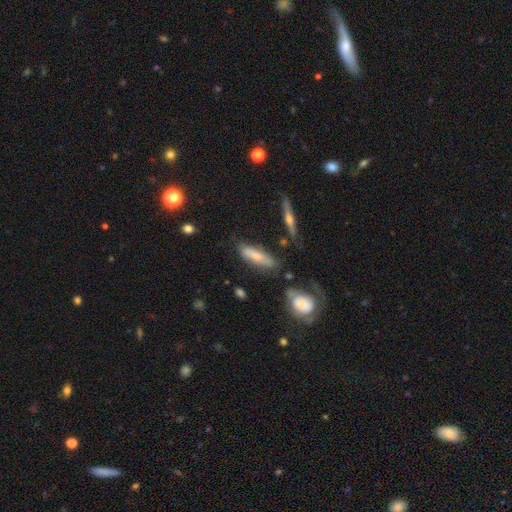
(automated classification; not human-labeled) Smooth or featured? smooth (63%)
How rounded? cigar-shaped (62%)
Merging? none (68%)